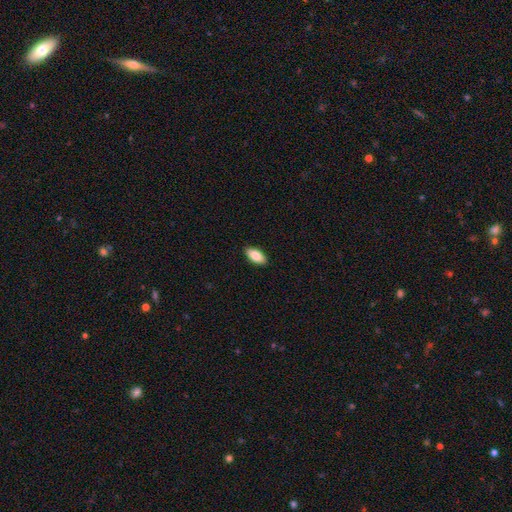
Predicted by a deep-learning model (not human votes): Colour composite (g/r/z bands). It shows a smooth galaxy with no disk features (86%) that is in between round and cigar-shaped (92%). Merging: none (90%).